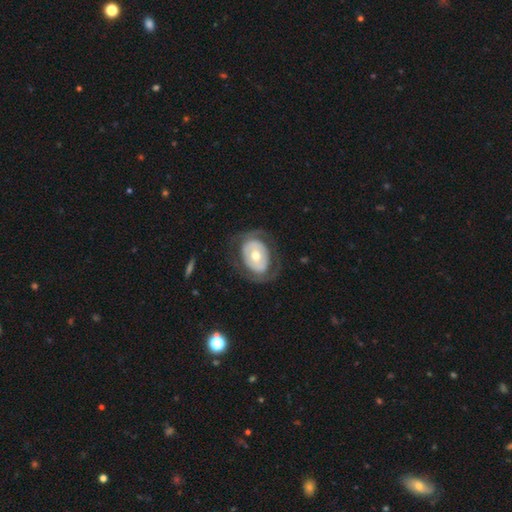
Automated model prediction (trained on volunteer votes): Smooth or featured: featured or disk — 62% (smooth — 33%)
Edge-on disk: no — 95% (yes — 5%)
Bar: no — 72% (weak — 18%)
Spiral arms: no — 64% (yes — 36%)
Bulge size: moderate — 70% (small — 19%)
Merging: none — 68% (major disturbance — 15%)